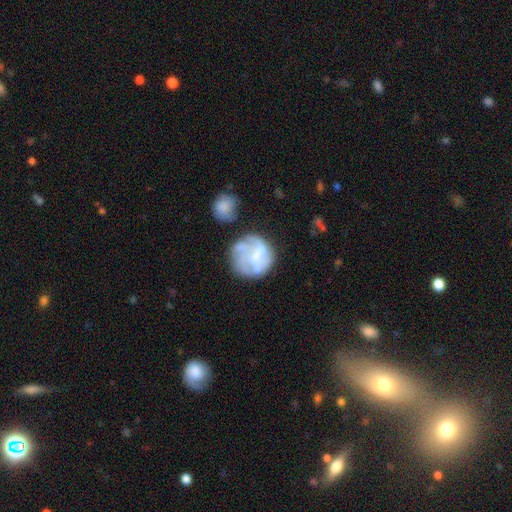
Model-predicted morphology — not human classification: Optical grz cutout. It shows a featured or disk galaxy (53%) with no bar (56%), no spiral arms (52%) and no central bulge (54%). Merging: none (51%).